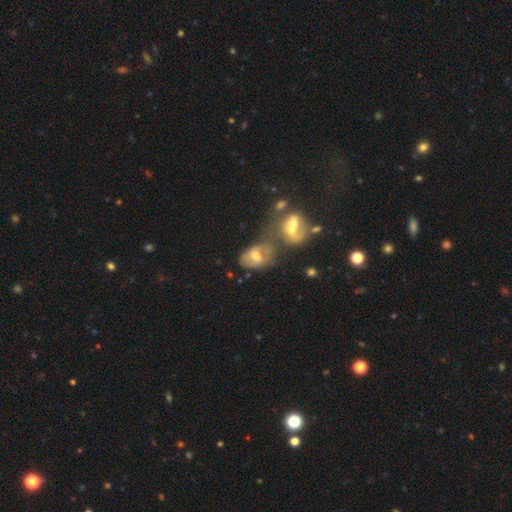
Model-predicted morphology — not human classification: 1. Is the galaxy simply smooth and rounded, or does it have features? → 48% smooth, 42% featured or disk, 10% star or artifact.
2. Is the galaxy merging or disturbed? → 48% merger, 23% none, 15% minor disturbance, 14% major disturbance.